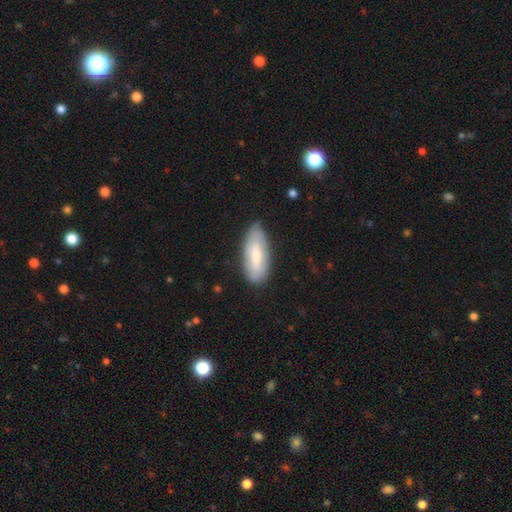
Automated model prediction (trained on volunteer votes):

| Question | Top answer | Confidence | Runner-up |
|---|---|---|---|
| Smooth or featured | smooth | 71% | featured or disk (23%) |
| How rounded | in between | 77% | cigar-shaped (21%) |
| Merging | none | 78% | minor disturbance (17%) |